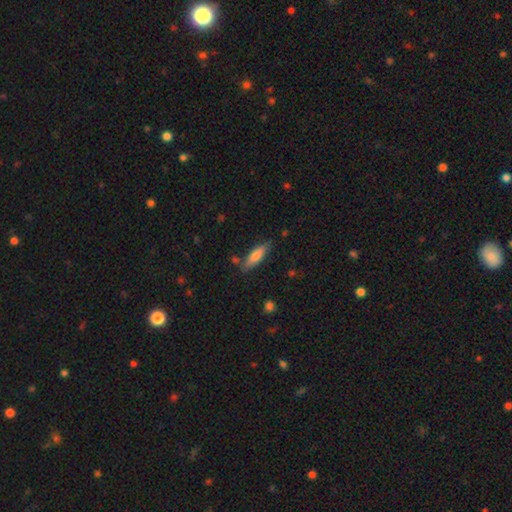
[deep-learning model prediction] smooth 68%, featured or disk 26%, star or artifact 6%. Down the decision tree: how rounded — cigar-shaped (63%); merging — none (79%).